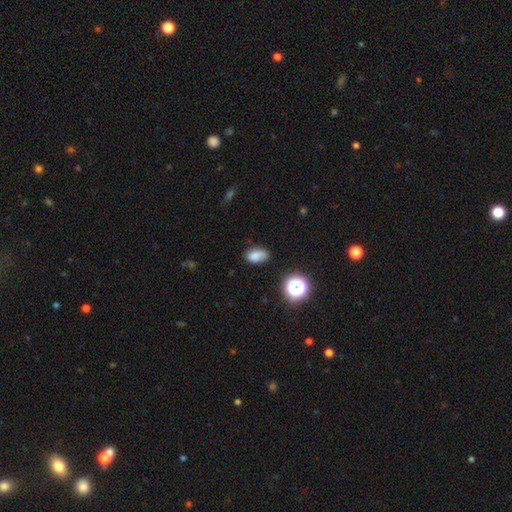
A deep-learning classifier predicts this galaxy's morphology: This is likely a smooth galaxy (79%). How rounded: clearly in between (85%). Merging: likely none (65%).